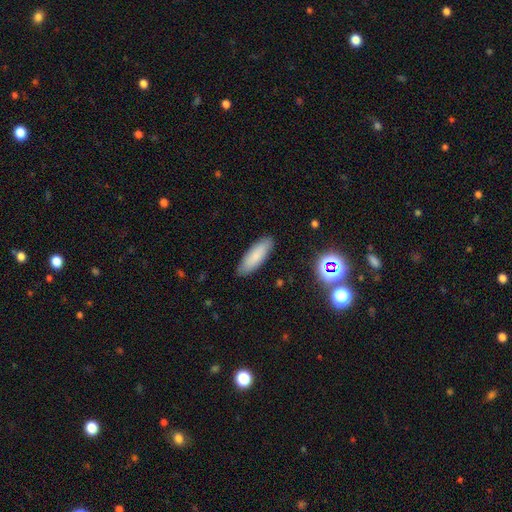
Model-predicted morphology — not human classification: Q: Smooth or featured?
A: smooth (82%); runner-up: featured or disk (10%)
Q: How rounded?
A: in between (53%); runner-up: cigar-shaped (45%)
Q: Merging?
A: none (88%); runner-up: minor disturbance (9%)